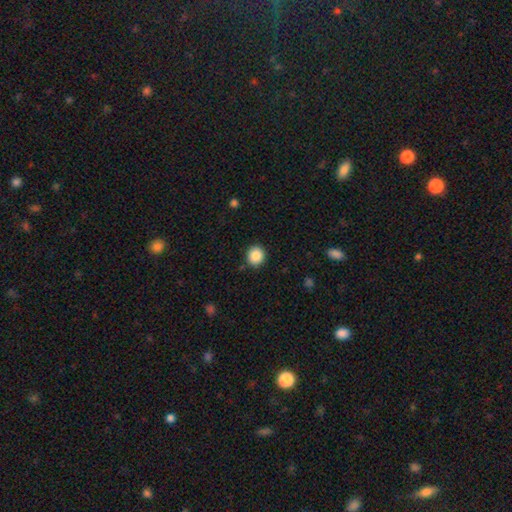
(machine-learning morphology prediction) smooth_or_featured: smooth (p=0.88) [alt: star or artifact p=0.09]
how_rounded: round (p=0.84) [alt: in between p=0.15]
merging: none (p=0.90) [alt: minor disturbance p=0.07]